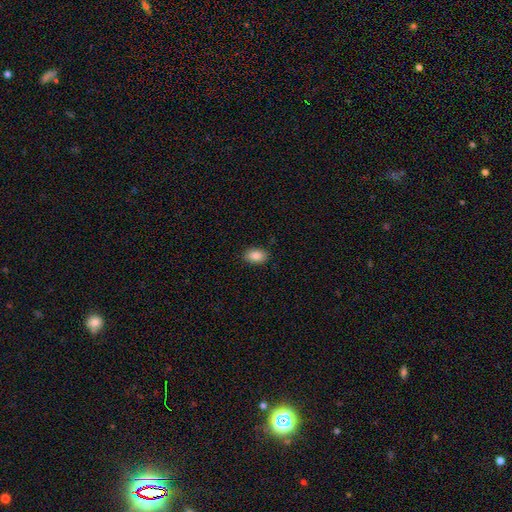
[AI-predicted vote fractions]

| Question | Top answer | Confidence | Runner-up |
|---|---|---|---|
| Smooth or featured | smooth | 87% | star or artifact (8%) |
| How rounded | in between | 88% | round (11%) |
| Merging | none | 88% | minor disturbance (9%) |